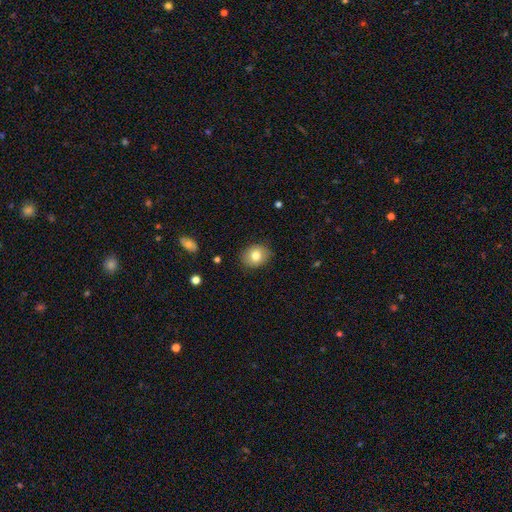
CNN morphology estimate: This is likely a smooth galaxy (79%). How rounded: possibly round (59%). Merging: clearly none (84%).